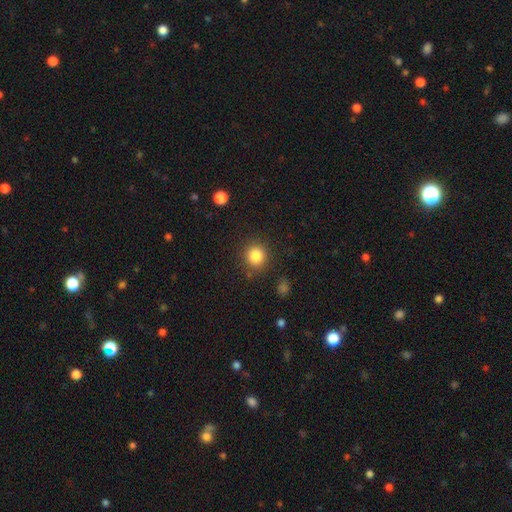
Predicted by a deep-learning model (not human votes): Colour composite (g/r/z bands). It shows a smooth galaxy with no disk features (85%) that is round (89%). Merging: none (86%).